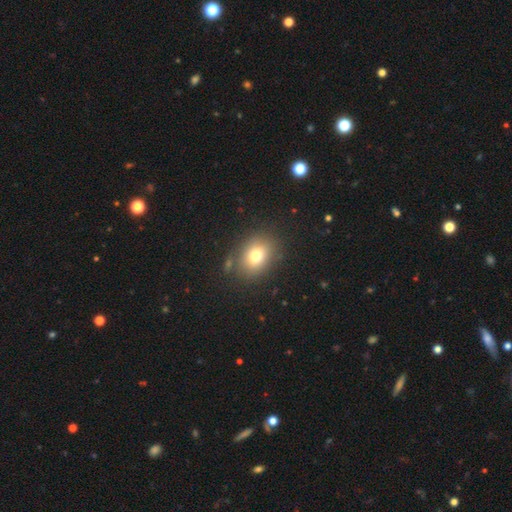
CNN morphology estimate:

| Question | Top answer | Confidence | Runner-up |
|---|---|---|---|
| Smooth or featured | smooth | 75% | featured or disk (12%) |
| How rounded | in between | 59% | round (40%) |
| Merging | none | 81% | minor disturbance (11%) |